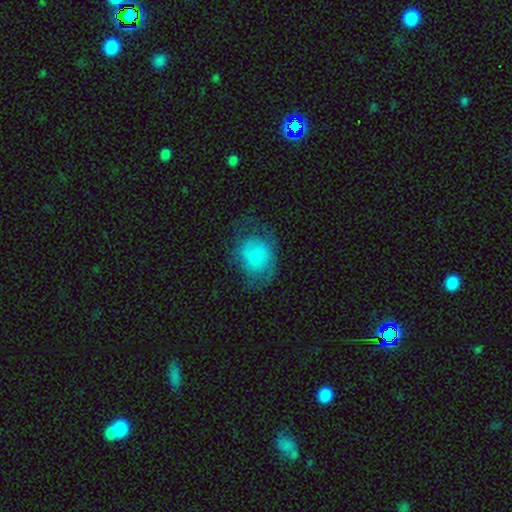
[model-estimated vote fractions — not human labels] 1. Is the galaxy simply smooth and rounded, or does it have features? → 50% smooth, 41% featured or disk, 9% star or artifact.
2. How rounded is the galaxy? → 52% round, 47% in between, 1% cigar-shaped.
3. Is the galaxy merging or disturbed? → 54% none, 24% minor disturbance, 20% major disturbance, 2% merger.